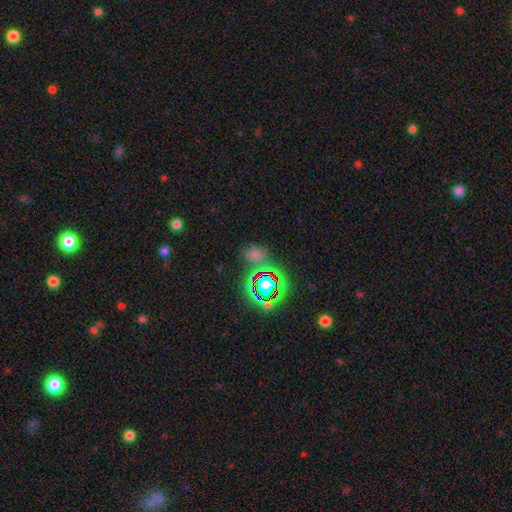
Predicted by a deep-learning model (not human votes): The model was most divided on "how rounded": round: 53%, in between: 45%, cigar-shaped: 2%. More confident: merging — none (67%); smooth or featured — smooth (51%).